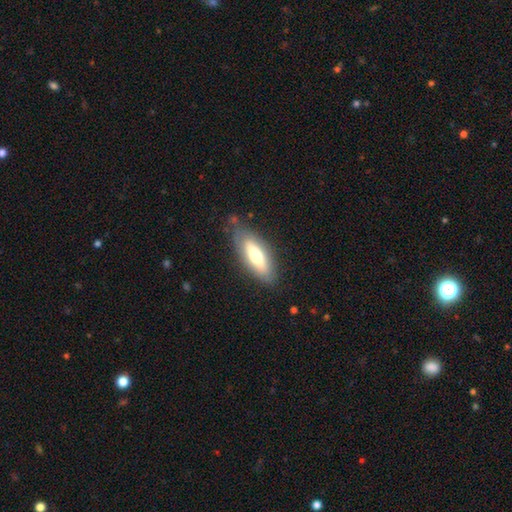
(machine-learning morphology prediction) A smooth galaxy with no disk features (61%) that is in between round and cigar-shaped (62%).

Vote fractions:
- Smooth or featured? smooth: 61% / featured or disk: 33% / star or artifact: 6%
- How rounded? in between: 62% / cigar-shaped: 36% / round: 2%
- Merging? none: 76% / minor disturbance: 17% / major disturbance: 5% / merger: 2%